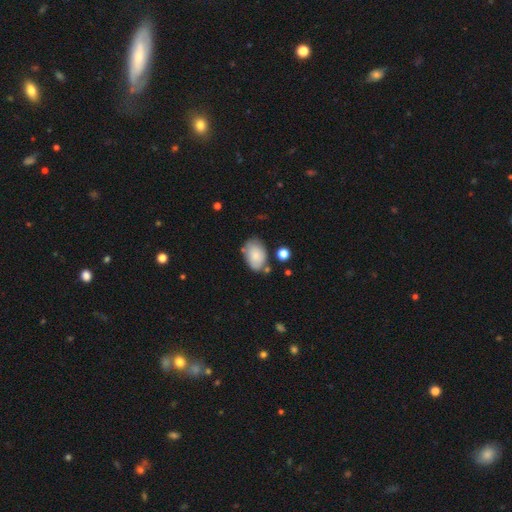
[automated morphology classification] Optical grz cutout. It shows a smooth galaxy with no disk features (79%) that is in between round and cigar-shaped (88%). Merging: none (65%).